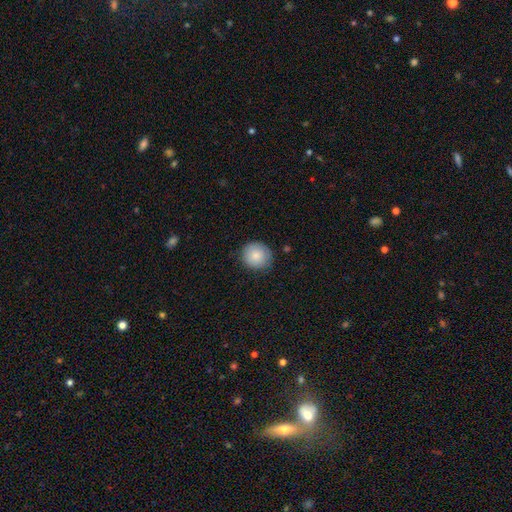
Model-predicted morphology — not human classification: This is clearly a smooth galaxy (84%). How rounded: clearly round (90%). Merging: clearly none (82%).